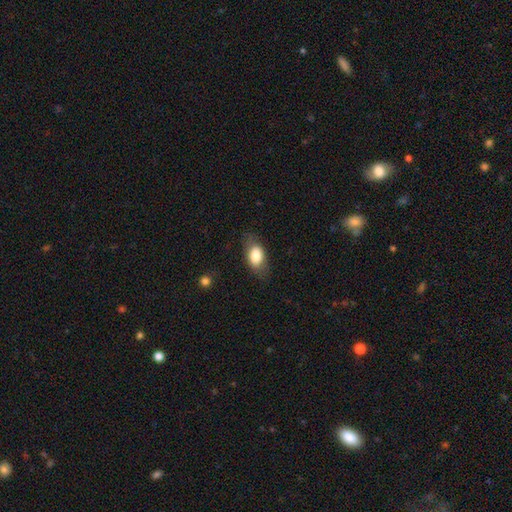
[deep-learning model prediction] Overall: smooth (78%). How rounded: in between (87%). Merging: none (76%).